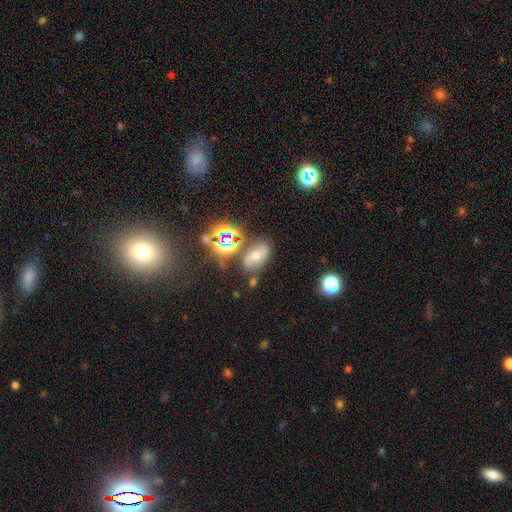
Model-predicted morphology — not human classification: Q: Smooth or featured?
A: smooth (35%); runner-up: star or artifact (33%)
Q: Merging?
A: none (69%); runner-up: minor disturbance (16%)